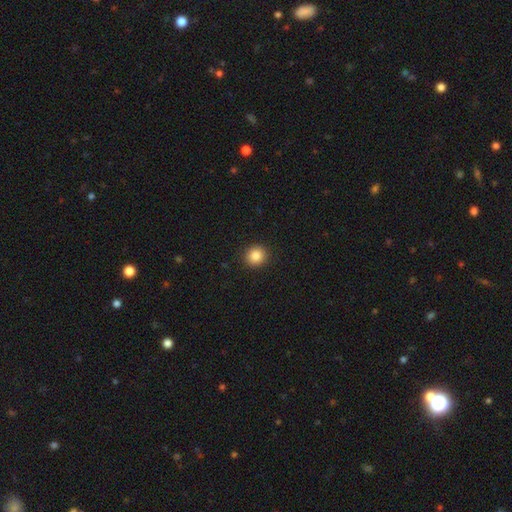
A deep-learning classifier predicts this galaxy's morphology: smooth 86%, star or artifact 10%, featured or disk 4%. Down the decision tree: how rounded — round (90%); merging — none (92%).